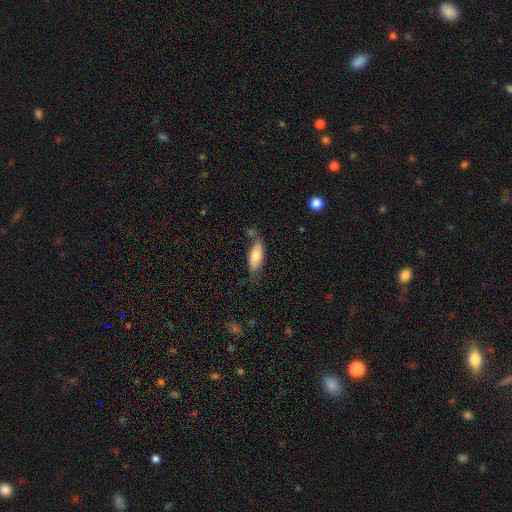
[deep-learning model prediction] Smooth or featured? smooth (74%)
How rounded? in between (77%)
Merging? none (61%)